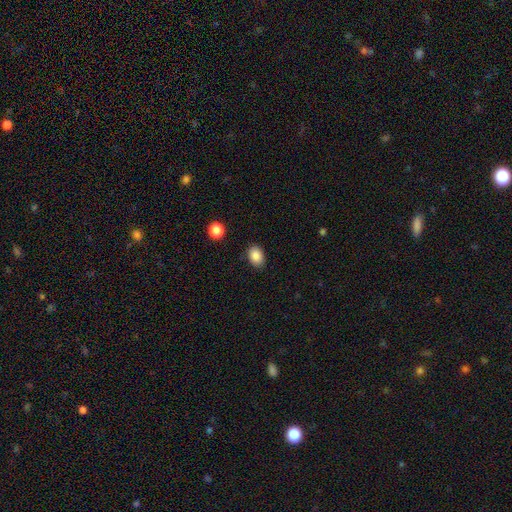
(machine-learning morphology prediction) smooth_or_featured: smooth (p=0.87) [alt: star or artifact p=0.09]
how_rounded: in between (p=0.74) [alt: round p=0.25]
merging: none (p=0.85) [alt: minor disturbance p=0.10]